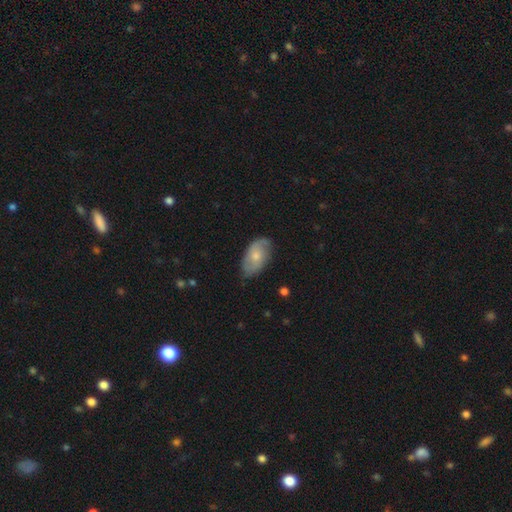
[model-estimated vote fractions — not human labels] A smooth galaxy with no disk features (51%) that is in between round and cigar-shaped (93%). Merging: none (71%).